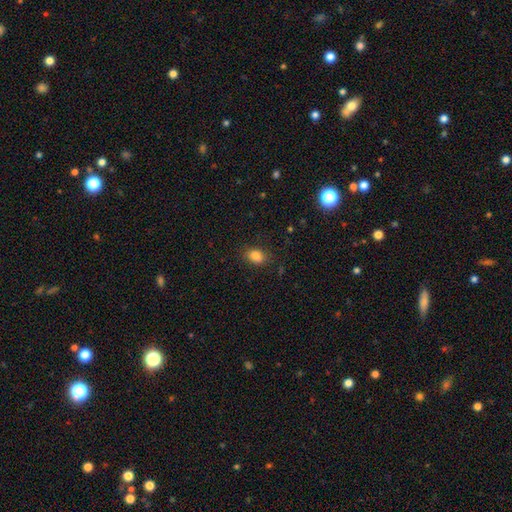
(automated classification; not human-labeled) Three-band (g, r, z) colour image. It shows a smooth galaxy with no disk features (84%) that is in between round and cigar-shaped (71%). Merging: none (82%).